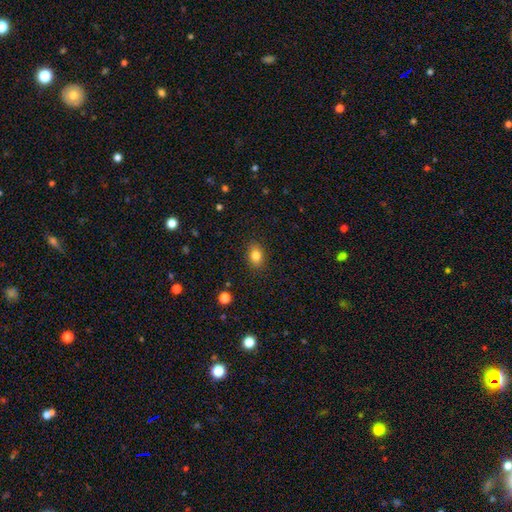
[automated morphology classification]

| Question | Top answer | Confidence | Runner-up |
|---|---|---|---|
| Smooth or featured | smooth | 83% | star or artifact (10%) |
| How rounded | in between | 67% | round (31%) |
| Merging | none | 88% | minor disturbance (9%) |